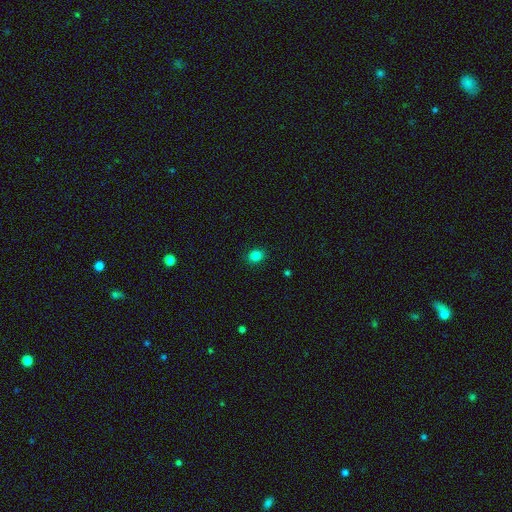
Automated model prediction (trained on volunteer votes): Smooth or featured?
  - smooth: 83% *
  - star or artifact: 13%
  - featured or disk: 4%
How rounded?
  - round: 53% *
  - in between: 46%
  - cigar-shaped: 1%
Merging?
  - none: 89% *
  - minor disturbance: 8%
  - major disturbance: 2%
  - merger: 1%